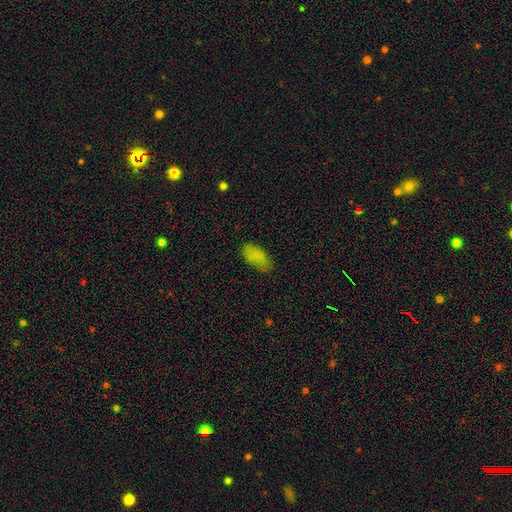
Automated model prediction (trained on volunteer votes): Smooth or featured: smooth — 82% (star or artifact — 10%)
How rounded: in between — 93% (cigar-shaped — 5%)
Merging: none — 71% (minor disturbance — 22%)